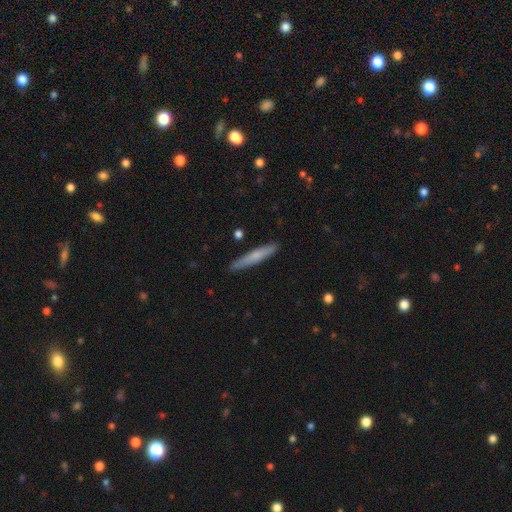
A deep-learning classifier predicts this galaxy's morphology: Smooth or featured?
  - smooth: 65% *
  - featured or disk: 29%
  - star or artifact: 5%
How rounded?
  - cigar-shaped: 95% *
  - in between: 4%
  - round: 1%
Merging?
  - none: 88% *
  - minor disturbance: 9%
  - major disturbance: 2%
  - merger: 1%